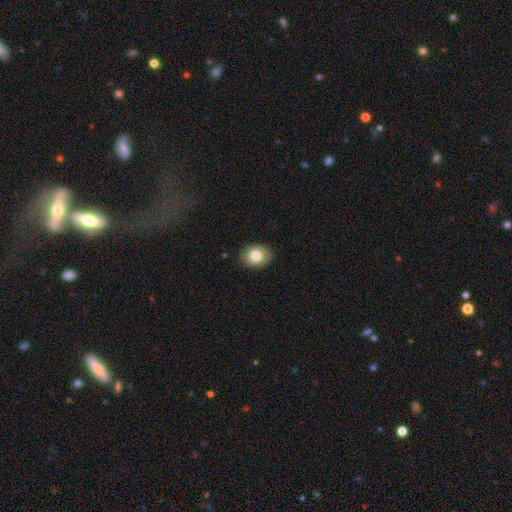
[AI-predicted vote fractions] Morphology: type=smooth (79%); roundness=in between (54%); merging=none (87%).